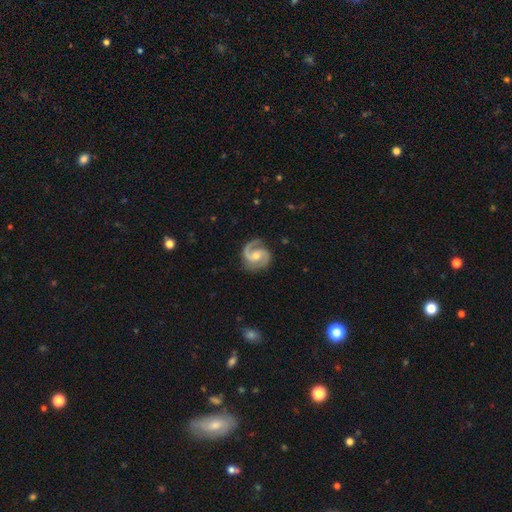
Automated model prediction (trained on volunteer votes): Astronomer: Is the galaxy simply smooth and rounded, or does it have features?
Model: featured or disk — 91%.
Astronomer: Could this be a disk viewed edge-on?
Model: no — 98%.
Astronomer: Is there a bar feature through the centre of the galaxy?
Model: no — 49% (runner-up: weak, 40%).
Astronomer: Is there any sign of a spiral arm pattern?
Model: yes — 98%.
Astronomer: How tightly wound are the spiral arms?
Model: medium — 56%.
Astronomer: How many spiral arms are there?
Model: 2 — 90%.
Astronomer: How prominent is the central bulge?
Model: moderate — 56% (runner-up: small, 39%).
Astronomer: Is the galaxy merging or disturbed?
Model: none — 80%.